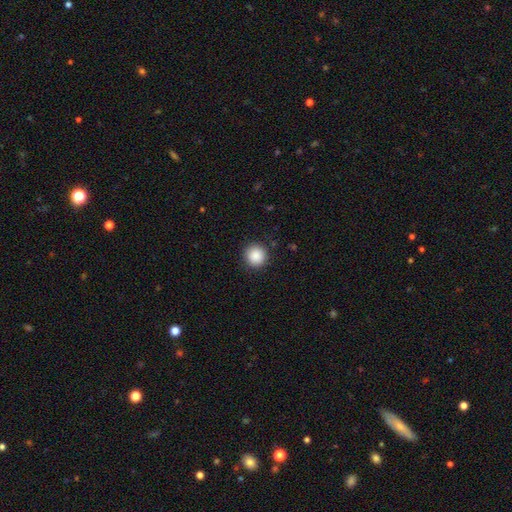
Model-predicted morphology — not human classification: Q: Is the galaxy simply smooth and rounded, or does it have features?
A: smooth — 88%.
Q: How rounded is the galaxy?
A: round — 92%.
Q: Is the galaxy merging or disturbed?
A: none — 90%.